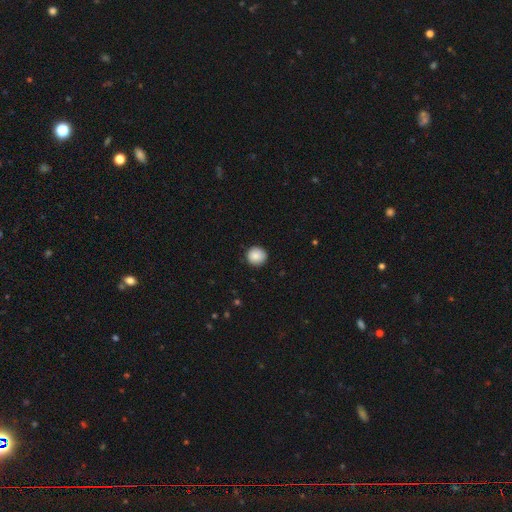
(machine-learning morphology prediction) Overall: smooth (87%). How rounded: round (93%). Merging: none (90%).